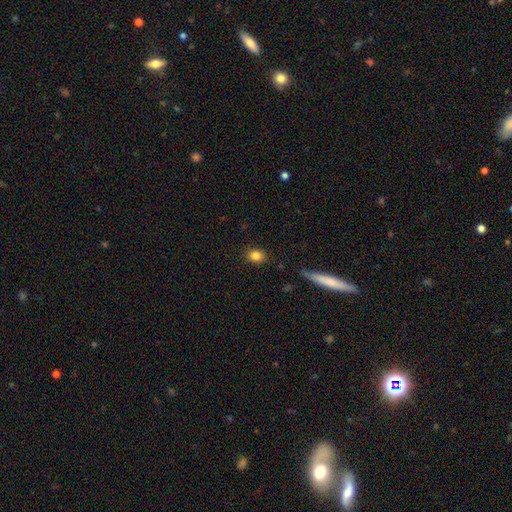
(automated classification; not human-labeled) A smooth galaxy with no disk features (83%) that is round (52%).

Vote fractions:
- Smooth or featured? smooth: 83% / star or artifact: 10% / featured or disk: 7%
- How rounded? round: 52% / in between: 47% / cigar-shaped: 2%
- Merging? none: 86% / minor disturbance: 10% / major disturbance: 2% / merger: 2%